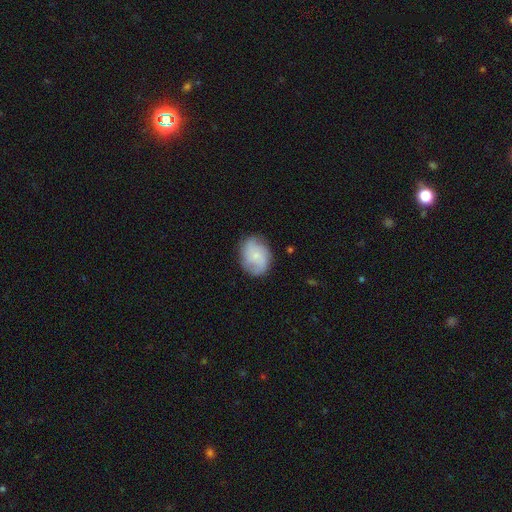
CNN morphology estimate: Q: Smooth or featured?
A: featured or disk (49%); runner-up: smooth (43%)
Q: Merging?
A: none (73%); runner-up: minor disturbance (20%)